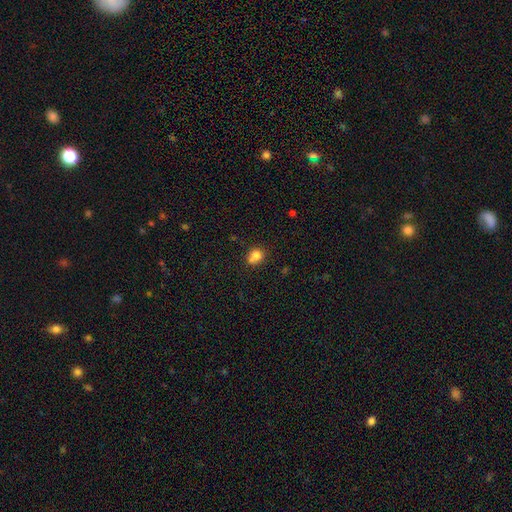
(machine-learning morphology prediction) Smooth or featured?
  - smooth: 78% *
  - star or artifact: 12%
  - featured or disk: 10%
How rounded?
  - round: 74% *
  - in between: 25%
  - cigar-shaped: 1%
Merging?
  - none: 49% *
  - merger: 31%
  - minor disturbance: 15%
  - major disturbance: 5%